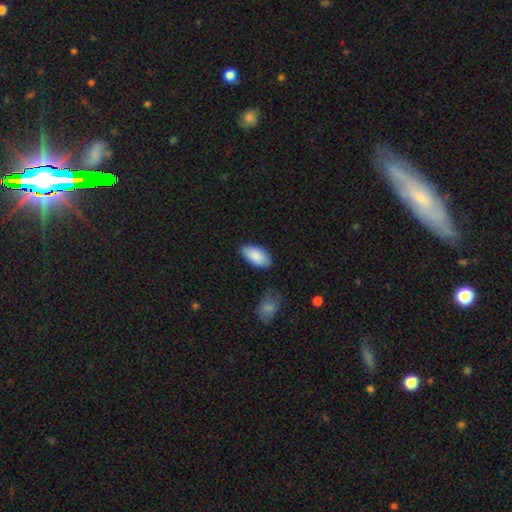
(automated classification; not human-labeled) smooth_or_featured: smooth (p=0.88) [alt: featured or disk p=0.06]
how_rounded: in between (p=0.94) [alt: cigar-shaped p=0.04]
merging: none (p=0.81) [alt: minor disturbance p=0.14]